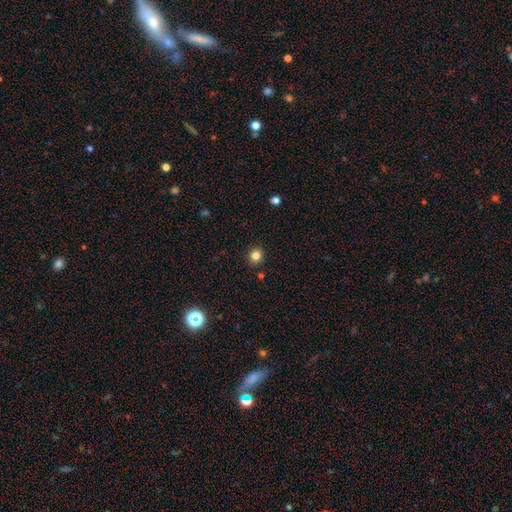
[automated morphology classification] Q: Smooth or featured?
A: smooth (82%); runner-up: star or artifact (13%)
Q: How rounded?
A: round (81%); runner-up: in between (18%)
Q: Merging?
A: none (89%); runner-up: minor disturbance (7%)